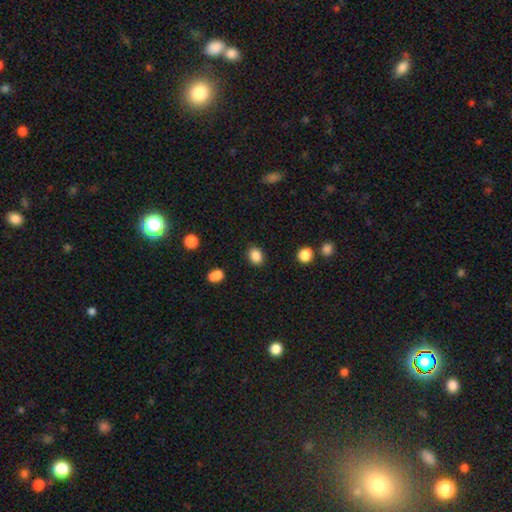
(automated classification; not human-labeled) A smooth galaxy with no disk features (86%) that is in between round and cigar-shaped (52%). Merging: none (85%).